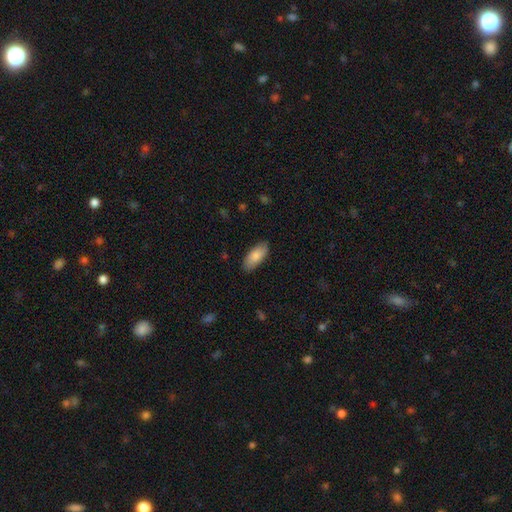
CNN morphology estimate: Smooth or featured: smooth — 84% (featured or disk — 11%)
How rounded: in between — 87% (cigar-shaped — 11%)
Merging: none — 85% (minor disturbance — 12%)